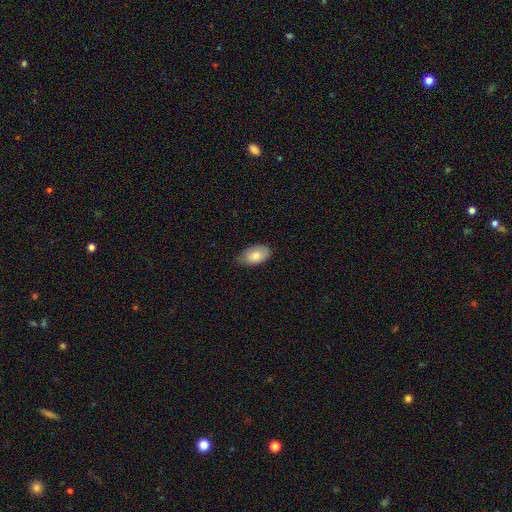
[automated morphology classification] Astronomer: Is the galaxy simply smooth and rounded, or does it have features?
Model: smooth — 80%.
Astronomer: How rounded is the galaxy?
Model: in between — 93%.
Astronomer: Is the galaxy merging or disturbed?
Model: none — 65%.